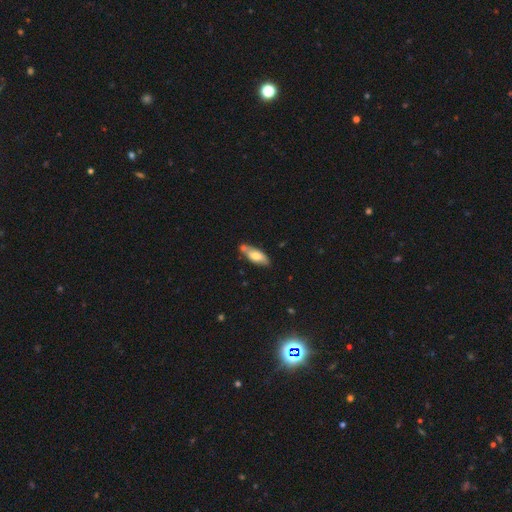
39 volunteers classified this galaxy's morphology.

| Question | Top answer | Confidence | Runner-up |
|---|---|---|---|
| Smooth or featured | smooth | 67% | featured or disk (31%) |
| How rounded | in between | 77% | cigar-shaped (19%) |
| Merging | none | 58% | minor disturbance (24%) |